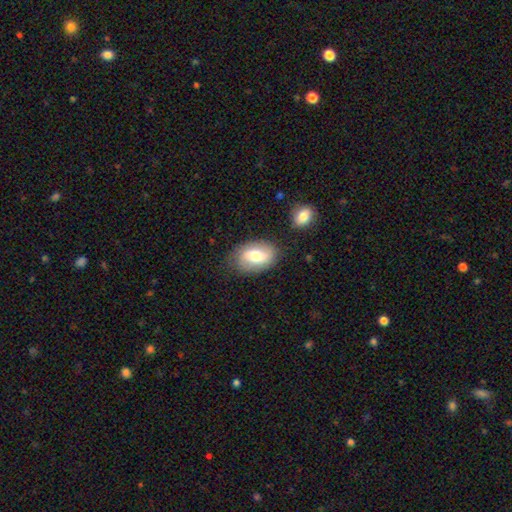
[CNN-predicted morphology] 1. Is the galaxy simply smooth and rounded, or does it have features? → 63% smooth, 30% featured or disk, 7% star or artifact.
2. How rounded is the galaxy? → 86% in between, 13% round, 2% cigar-shaped.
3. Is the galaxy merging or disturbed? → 76% none, 16% minor disturbance, 4% major disturbance, 4% merger.